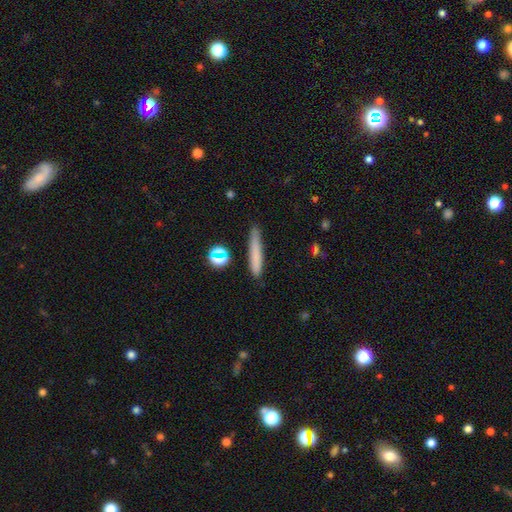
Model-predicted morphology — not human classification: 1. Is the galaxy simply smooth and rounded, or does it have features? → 70% smooth, 19% featured or disk, 11% star or artifact.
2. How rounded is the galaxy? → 91% cigar-shaped, 6% in between, 3% round.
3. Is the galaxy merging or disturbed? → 79% none, 13% minor disturbance, 4% merger, 3% major disturbance.